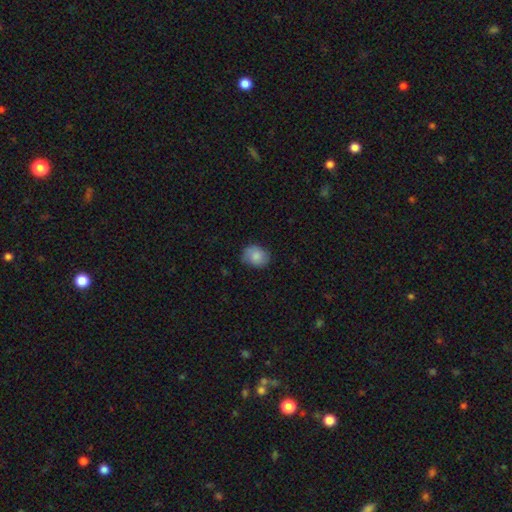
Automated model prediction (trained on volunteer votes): Smooth or featured: smooth — 82% (featured or disk — 11%)
How rounded: round — 54% (in between — 45%)
Merging: none — 74% (minor disturbance — 20%)